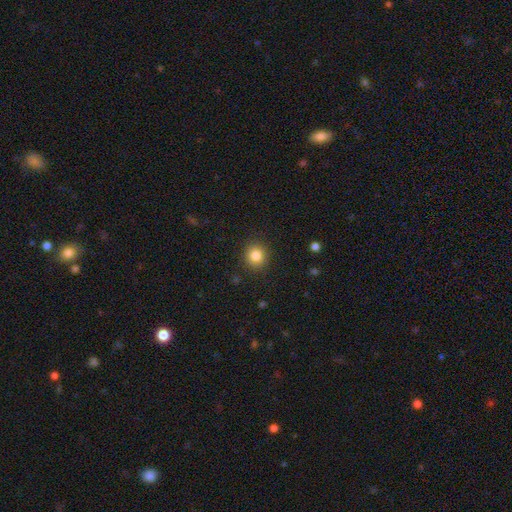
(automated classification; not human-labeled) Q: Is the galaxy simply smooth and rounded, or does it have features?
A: smooth — 84%.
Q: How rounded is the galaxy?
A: round — 89%.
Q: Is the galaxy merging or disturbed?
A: none — 90%.